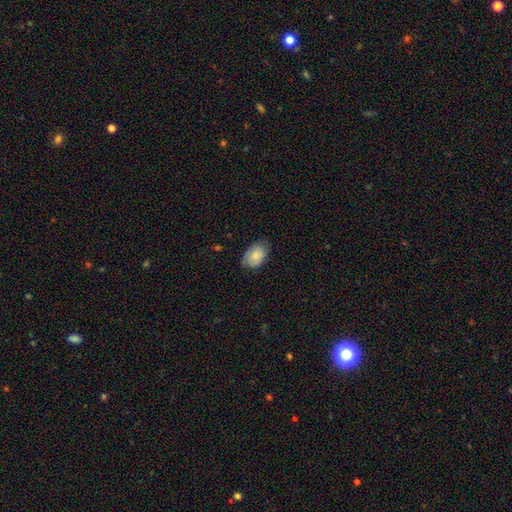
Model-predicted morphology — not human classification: Q: Smooth or featured?
A: smooth (77%); runner-up: featured or disk (16%)
Q: How rounded?
A: in between (88%); runner-up: round (11%)
Q: Merging?
A: none (68%); runner-up: minor disturbance (25%)